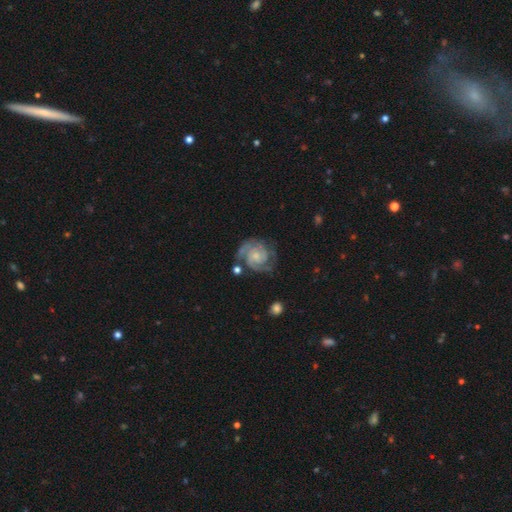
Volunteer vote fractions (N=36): Volunteers were most divided on "bulge size": small: 62%, moderate: 34%, none: 3%, dominant: 0%, large: 0%. More confident: spiral arms — yes (100%); smooth or featured — featured or disk (94%); edge-on disk — no (94%); spiral arm count — 2 (81%); spiral winding — tight (66%); bar — no (62%); merging — none (61%).